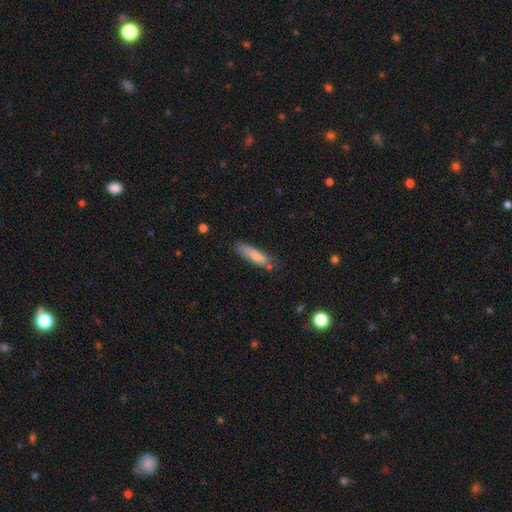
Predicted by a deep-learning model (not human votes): Overall: smooth (79%). How rounded: cigar-shaped (65%; in between 33%). Merging: none (59%; minor disturbance 27%).